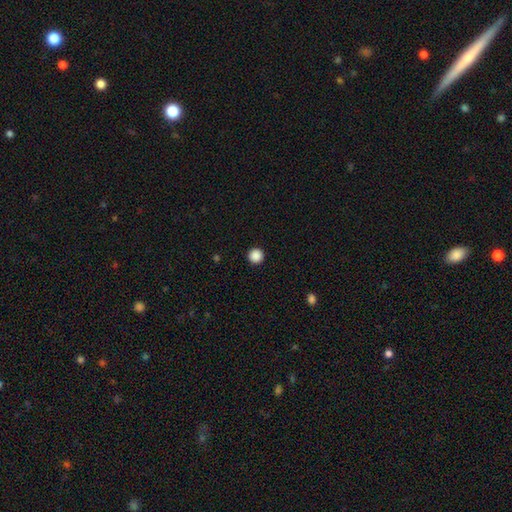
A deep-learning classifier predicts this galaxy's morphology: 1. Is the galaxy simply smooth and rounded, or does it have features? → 88% smooth, 10% star or artifact, 2% featured or disk.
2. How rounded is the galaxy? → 97% round, 2% in between, 1% cigar-shaped.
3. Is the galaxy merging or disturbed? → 94% none, 4% minor disturbance, 2% major disturbance, 1% merger.